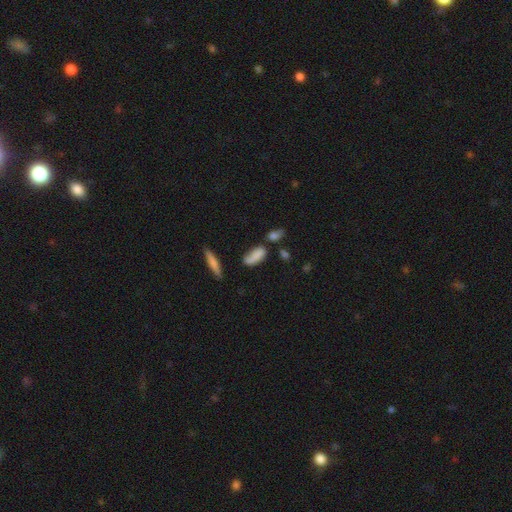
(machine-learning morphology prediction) A smooth galaxy with no disk features (77%) that is in between round and cigar-shaped (77%). Merging: none (54%).